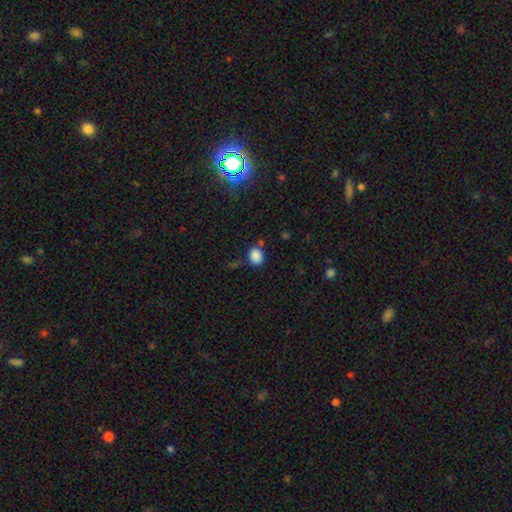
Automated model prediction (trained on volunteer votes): smooth 85%, star or artifact 11%, featured or disk 4%. Down the decision tree: how rounded — round (51%); merging — none (70%).